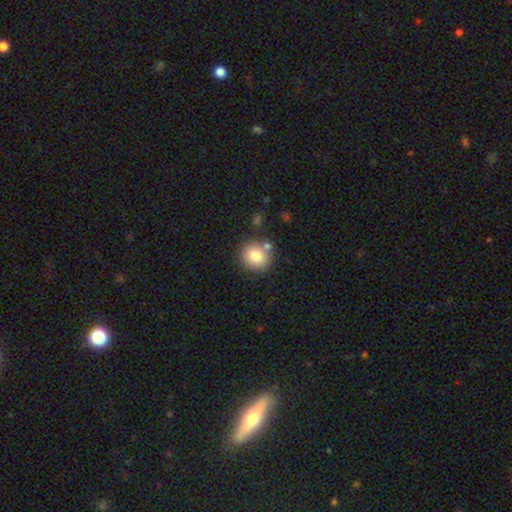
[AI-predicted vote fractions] Smooth or featured? Predicted: smooth (p=0.83). How rounded? Predicted: round (p=0.82). Merging? Predicted: none (p=0.77).